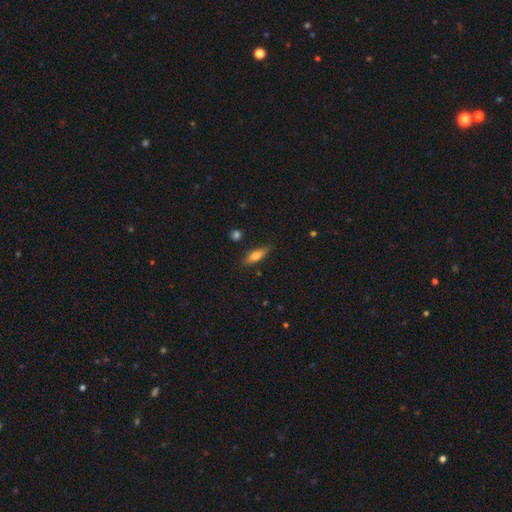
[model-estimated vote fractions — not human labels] Smooth or featured? smooth (69%)
How rounded? cigar-shaped (54%)
Merging? none (81%)